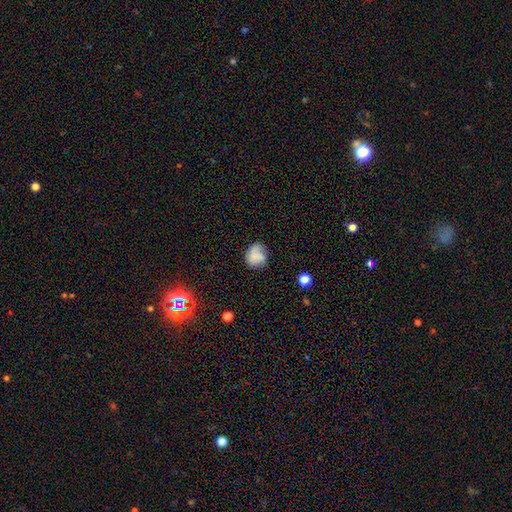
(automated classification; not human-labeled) Smooth or featured: smooth — 71% (featured or disk — 19%)
How rounded: round — 66% (in between — 33%)
Merging: none — 61% (minor disturbance — 26%)